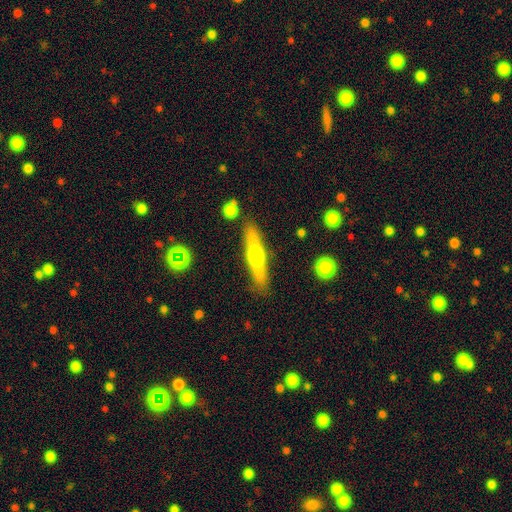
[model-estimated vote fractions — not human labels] Smooth or featured? featured or disk (54%)
Edge-on disk? yes (93%)
Merging? none (86%)